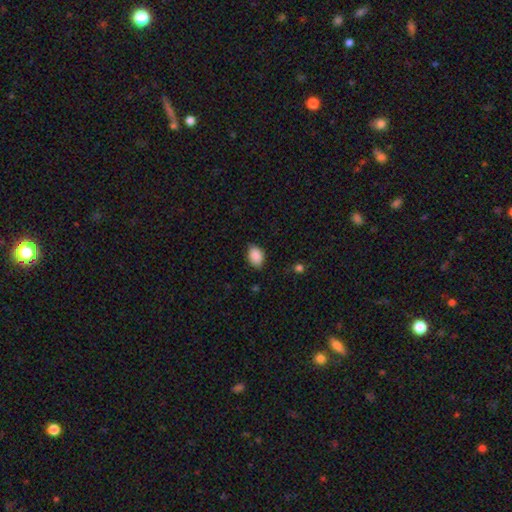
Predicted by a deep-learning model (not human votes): smooth-or-featured: smooth: 89% | star or artifact: 8% | featured or disk: 4%
  how-rounded: in between: 82% | round: 17% | cigar-shaped: 1%
  merging: none: 79% | minor disturbance: 17% | major disturbance: 3% | merger: 1%